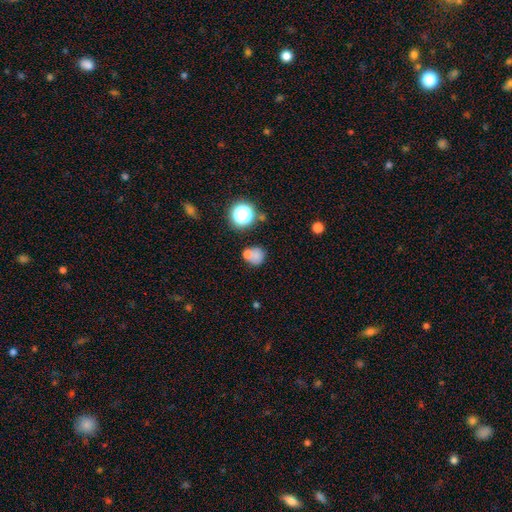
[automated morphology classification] This appears to be a smooth galaxy with no disk features (70%) that is round (77%). Merging: none (51%).